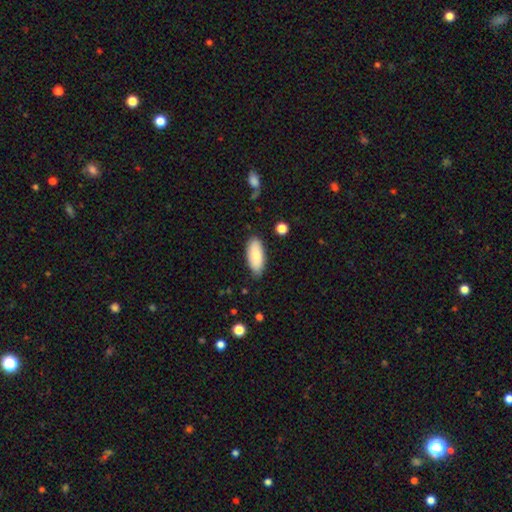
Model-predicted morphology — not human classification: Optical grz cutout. It shows a smooth galaxy with no disk features (84%) that is in between round and cigar-shaped (85%). Merging: none (83%).